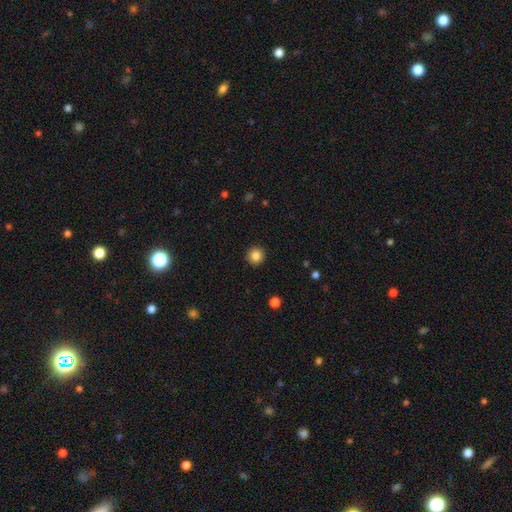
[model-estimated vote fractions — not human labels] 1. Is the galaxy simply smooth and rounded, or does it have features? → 85% smooth, 10% star or artifact, 5% featured or disk.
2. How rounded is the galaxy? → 95% round, 4% in between, 1% cigar-shaped.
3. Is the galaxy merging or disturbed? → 92% none, 5% minor disturbance, 2% major disturbance, 1% merger.